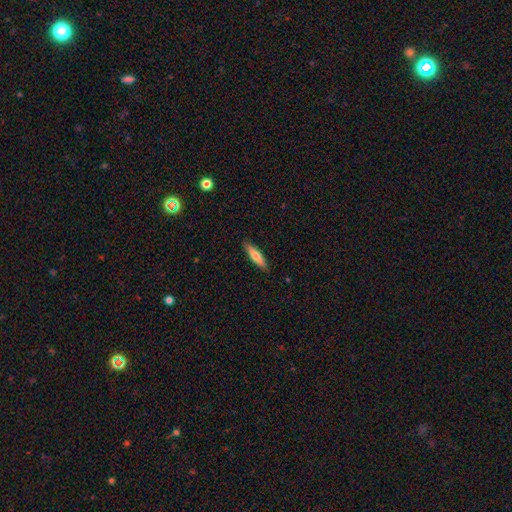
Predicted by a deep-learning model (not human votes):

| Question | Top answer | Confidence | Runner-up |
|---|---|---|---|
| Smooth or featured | smooth | 68% | featured or disk (26%) |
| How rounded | cigar-shaped | 74% | in between (24%) |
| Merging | none | 89% | minor disturbance (9%) |